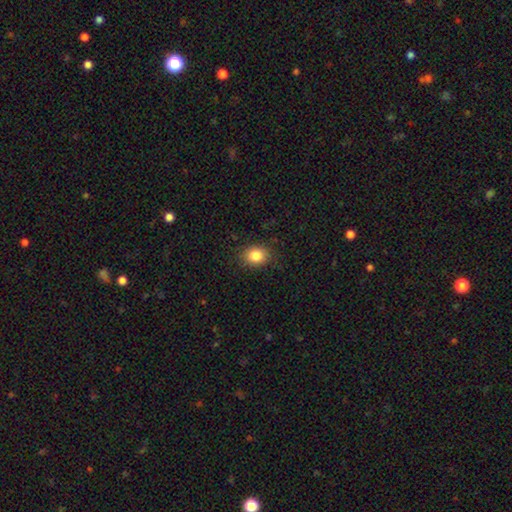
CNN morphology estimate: The model was most divided on "how rounded": round: 52%, in between: 47%, cigar-shaped: 1%. More confident: merging — none (85%); smooth or featured — smooth (84%).